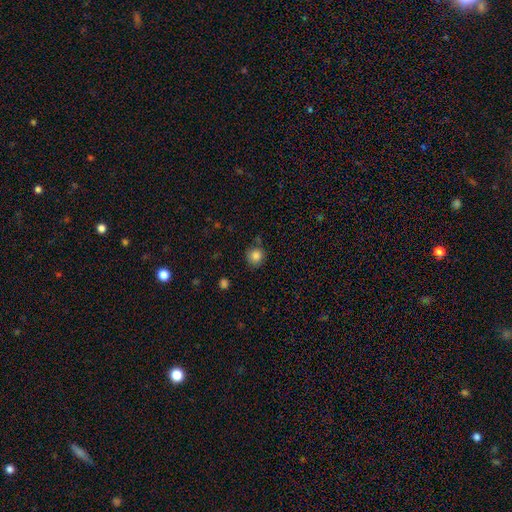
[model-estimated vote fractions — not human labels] Q: Smooth or featured?
A: smooth (85%); runner-up: star or artifact (10%)
Q: How rounded?
A: round (91%); runner-up: in between (8%)
Q: Merging?
A: none (81%); runner-up: minor disturbance (11%)